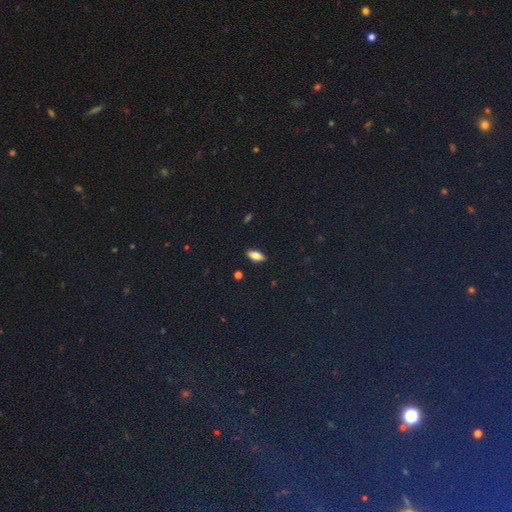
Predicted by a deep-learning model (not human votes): Smooth or featured? Predicted: smooth (p=0.75). How rounded? Predicted: in between (p=0.79). Merging? Predicted: none (p=0.89).